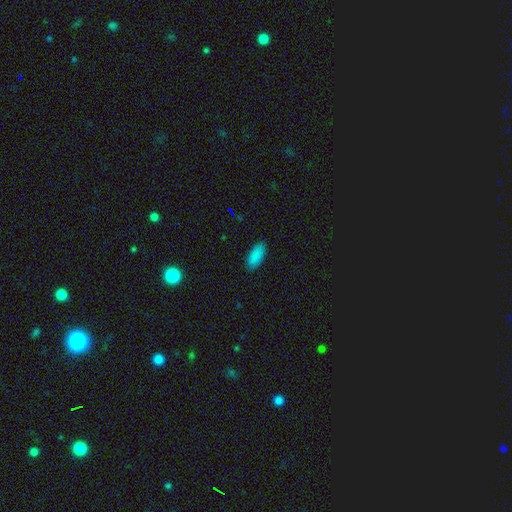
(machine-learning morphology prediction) This appears to be a smooth galaxy with no disk features (88%) that is in between round and cigar-shaped (86%). Merging: none (87%).